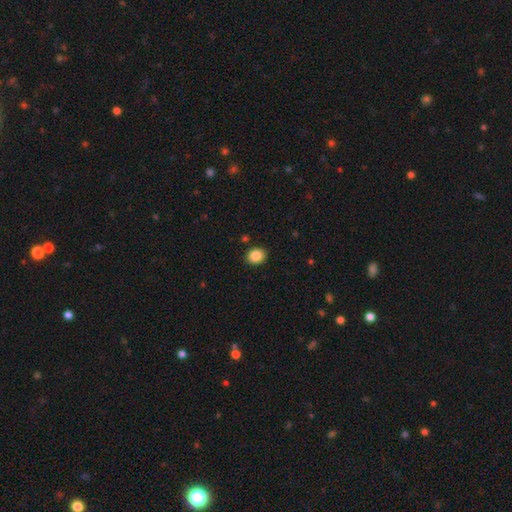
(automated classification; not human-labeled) A smooth galaxy with no disk features (87%) that is round (62%). Merging: none (89%).